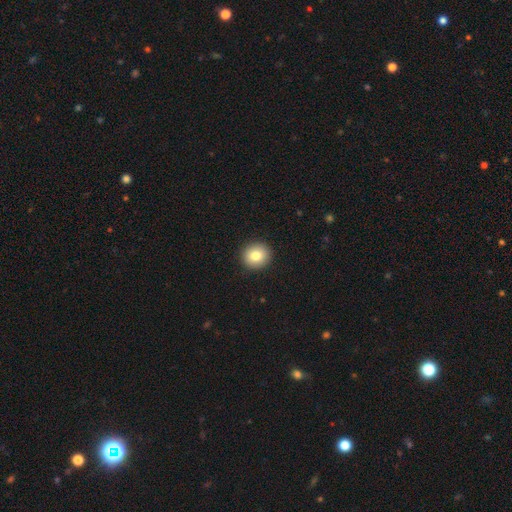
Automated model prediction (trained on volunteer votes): Overall: smooth (82%). How rounded: round (90%). Merging: none (93%).